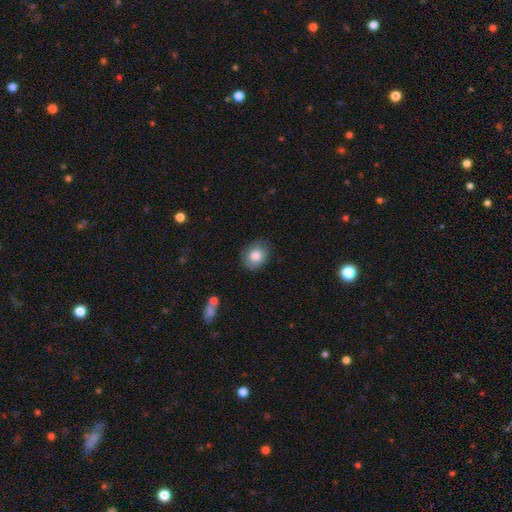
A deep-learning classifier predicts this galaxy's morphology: A smooth galaxy with no disk features (82%) that is round (60%). Merging: none (80%).